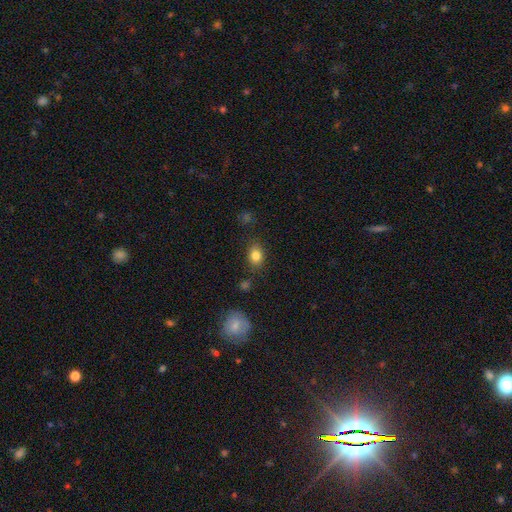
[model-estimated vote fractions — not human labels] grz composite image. It shows a smooth galaxy with no disk features (83%) that is in between round and cigar-shaped (66%). Merging: none (81%).